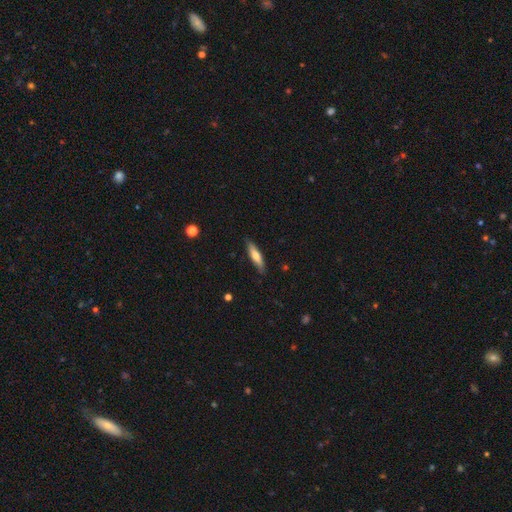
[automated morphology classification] Smooth or featured?
  - smooth: 59% *
  - featured or disk: 35%
  - star or artifact: 6%
How rounded?
  - cigar-shaped: 75% *
  - in between: 23%
  - round: 2%
Merging?
  - none: 86% *
  - minor disturbance: 11%
  - major disturbance: 2%
  - merger: 1%